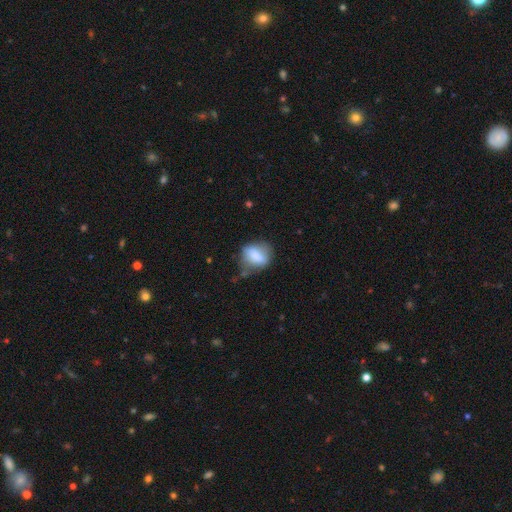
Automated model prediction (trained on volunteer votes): Morphology: type=smooth (75%); roundness=in between (58%); merging=none (56%).